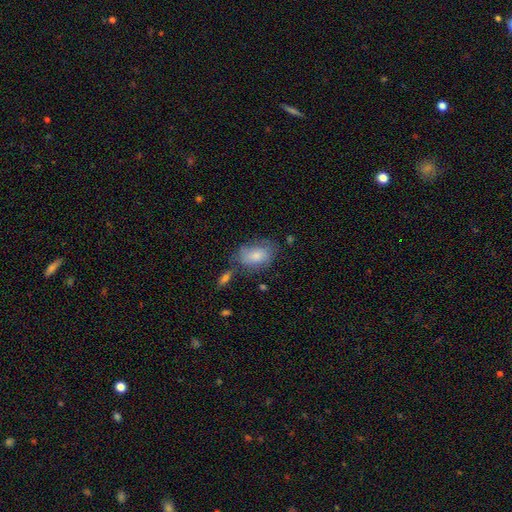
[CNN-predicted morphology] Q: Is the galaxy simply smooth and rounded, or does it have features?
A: smooth — 76%.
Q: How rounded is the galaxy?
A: in between — 87%.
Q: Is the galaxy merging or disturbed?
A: none — 56%.